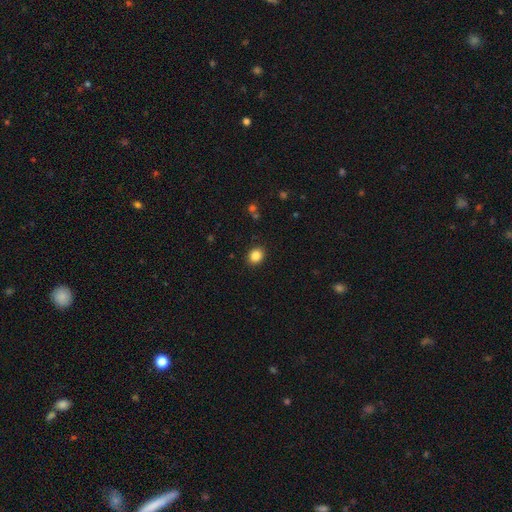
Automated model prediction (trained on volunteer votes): Smooth or featured? Predicted: smooth (p=0.86). How rounded? Predicted: round (p=0.62). Merging? Predicted: none (p=0.90).